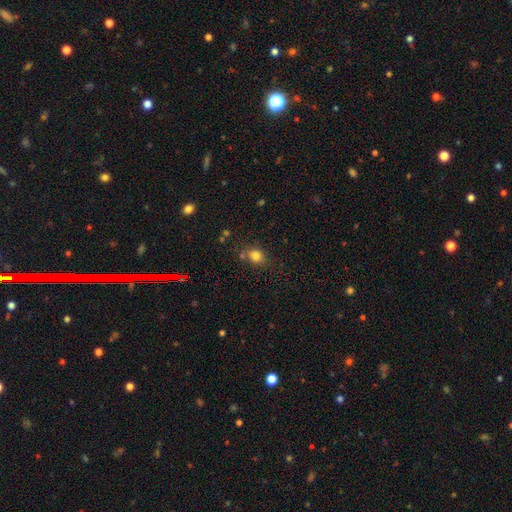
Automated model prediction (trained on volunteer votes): A smooth galaxy with no disk features (80%) that is round (66%).

Vote fractions:
- Smooth or featured? smooth: 80% / star or artifact: 13% / featured or disk: 7%
- How rounded? round: 66% / in between: 33% / cigar-shaped: 1%
- Merging? none: 69% / minor disturbance: 16% / merger: 11% / major disturbance: 5%